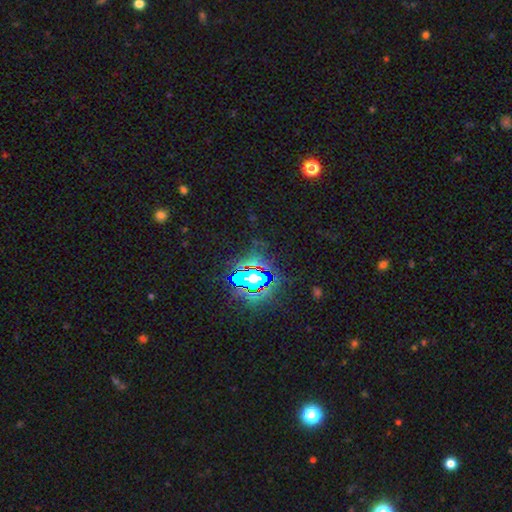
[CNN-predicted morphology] The model was most divided on "smooth or featured": star or artifact: 82%, smooth: 10%, featured or disk: 7%.